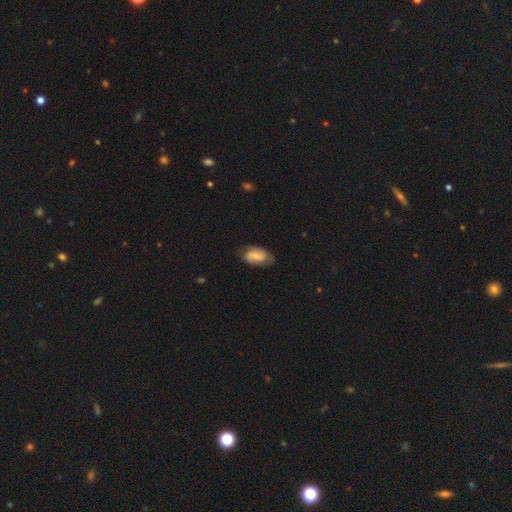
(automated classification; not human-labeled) This is possibly a smooth galaxy (47%). Merging: likely none (70%).